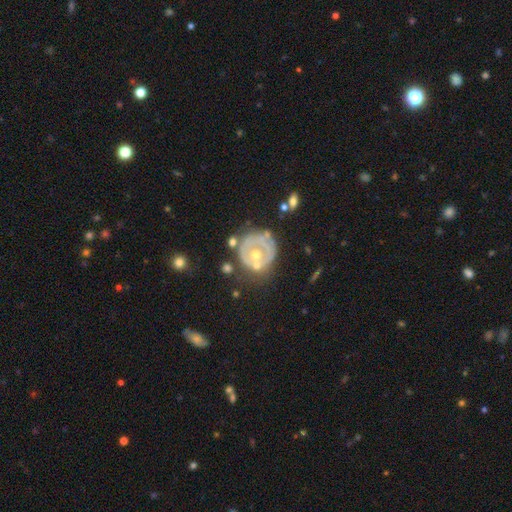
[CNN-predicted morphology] Smooth or featured?
  - featured or disk: 67% *
  - smooth: 26%
  - star or artifact: 7%
Edge-on disk?
  - no: 97% *
  - yes: 3%
Bar?
  - no: 85% *
  - weak: 12%
  - strong: 3%
Spiral arms?
  - no: 66% *
  - yes: 34%
Bulge size?
  - moderate: 63% *
  - small: 30%
  - large: 3%
  - none: 2%
  - dominant: 1%
Merging?
  - none: 55% *
  - minor disturbance: 23%
  - major disturbance: 13%
  - merger: 9%